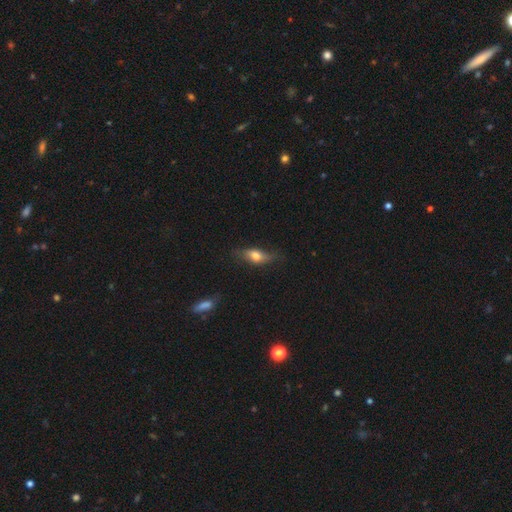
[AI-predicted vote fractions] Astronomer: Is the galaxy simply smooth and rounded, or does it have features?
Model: smooth — 60%.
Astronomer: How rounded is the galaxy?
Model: in between — 67%.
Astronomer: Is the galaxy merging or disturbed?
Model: none — 68%.